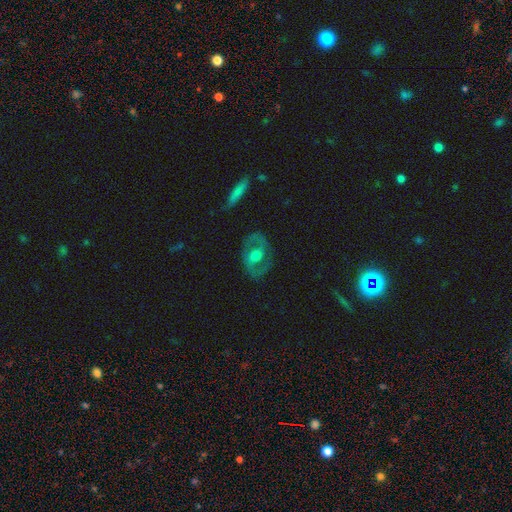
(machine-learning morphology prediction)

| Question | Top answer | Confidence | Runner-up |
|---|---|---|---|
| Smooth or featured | featured or disk | 72% | smooth (22%) |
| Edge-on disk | no | 94% | yes (6%) |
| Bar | no | 49% | weak (36%) |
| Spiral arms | yes | 70% | no (30%) |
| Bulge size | moderate | 64% | large (16%) |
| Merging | none | 78% | minor disturbance (14%) |